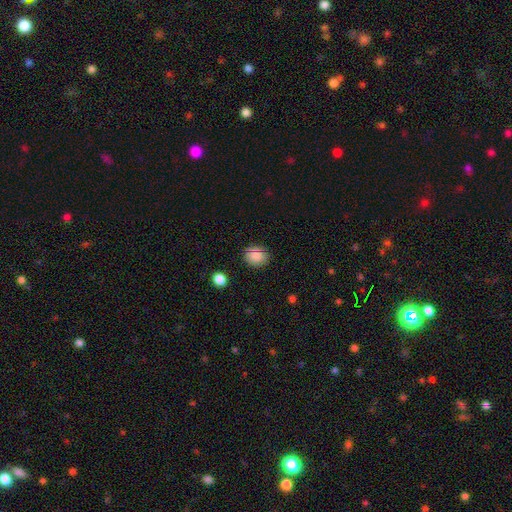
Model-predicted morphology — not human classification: This is clearly a smooth galaxy (81%). How rounded: likely round (64%). Merging: clearly none (84%).